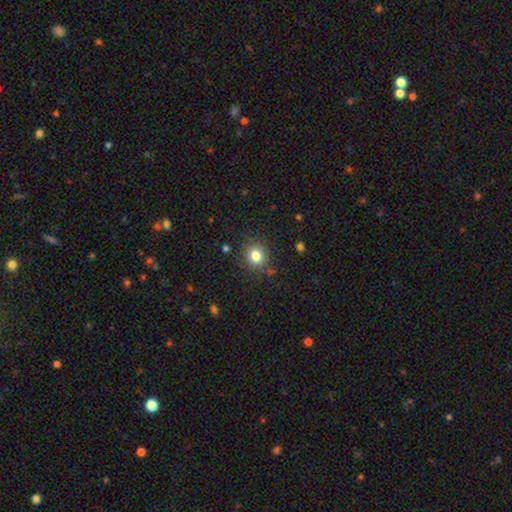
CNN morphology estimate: A smooth galaxy with no disk features (81%) that is round (85%). Merging: none (85%).